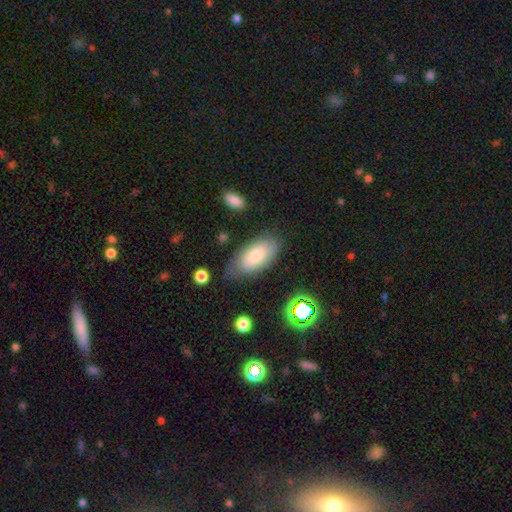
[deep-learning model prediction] A smooth galaxy with no disk features (73%) that is in between round and cigar-shaped (92%).

Vote fractions:
- Smooth or featured? smooth: 73% / featured or disk: 19% / star or artifact: 8%
- How rounded? in between: 92% / cigar-shaped: 6% / round: 3%
- Merging? none: 65% / minor disturbance: 24% / major disturbance: 8% / merger: 3%